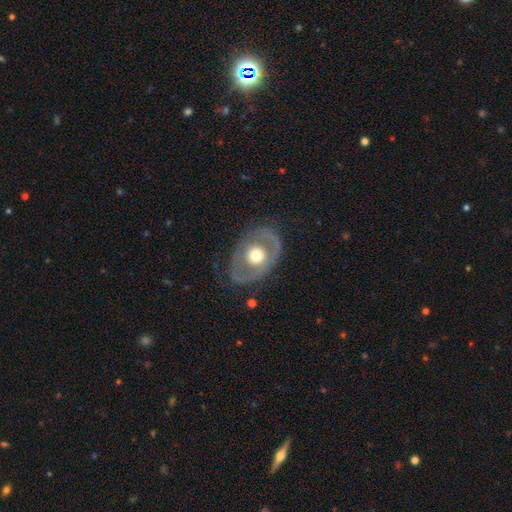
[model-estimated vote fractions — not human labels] A featured or disk galaxy (67%) with no bar (81%), no spiral arms (64%) and a moderate central bulge (58%).

Vote fractions:
- Smooth or featured? featured or disk: 67% / smooth: 27% / star or artifact: 6%
- Edge-on disk? no: 93% / yes: 7%
- Bar? no: 81% / weak: 14% / strong: 5%
- Spiral arms? no: 64% / yes: 36%
- Bulge size? moderate: 58% / large: 33% / small: 5% / dominant: 3% / none: 1%
- Merging? none: 78% / minor disturbance: 15% / major disturbance: 6% / merger: 1%